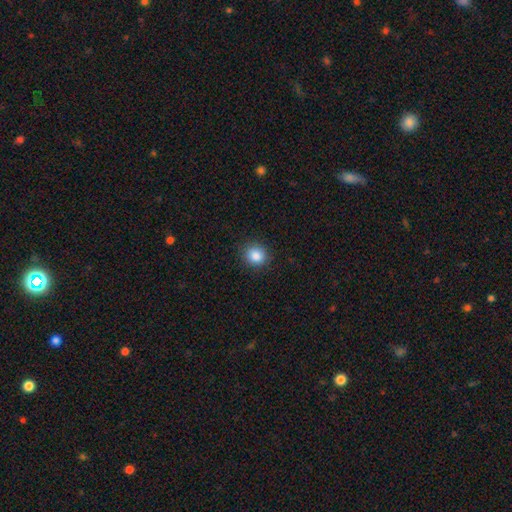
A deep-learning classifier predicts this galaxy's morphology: The model was most divided on "how rounded": round: 84%, in between: 15%, cigar-shaped: 1%. More confident: merging — none (89%); smooth or featured — smooth (86%).